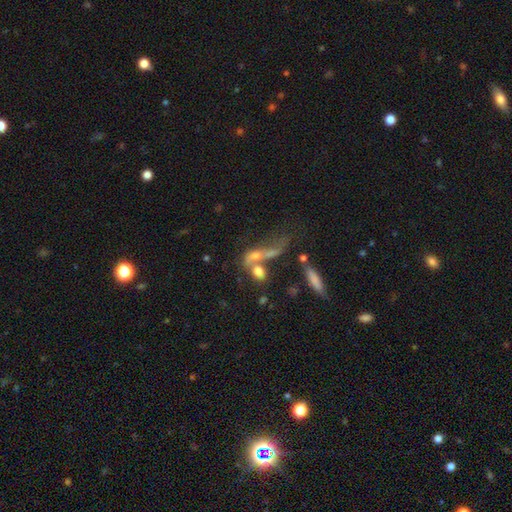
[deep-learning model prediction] This is possibly a smooth galaxy (51%). How rounded: likely in between (61%). Merging: possibly merger (56%).